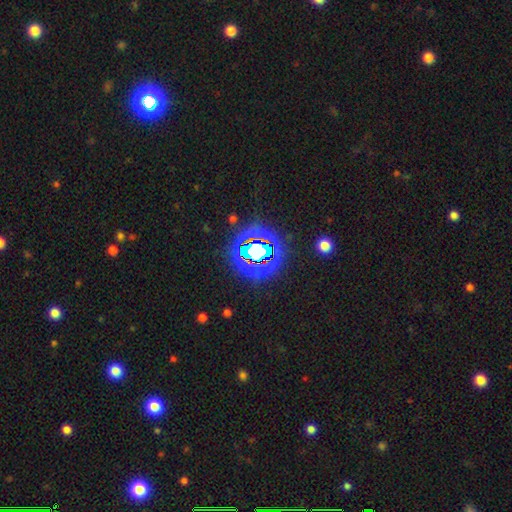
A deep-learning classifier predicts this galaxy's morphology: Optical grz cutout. It shows a star or artifact, not a galaxy (81%).